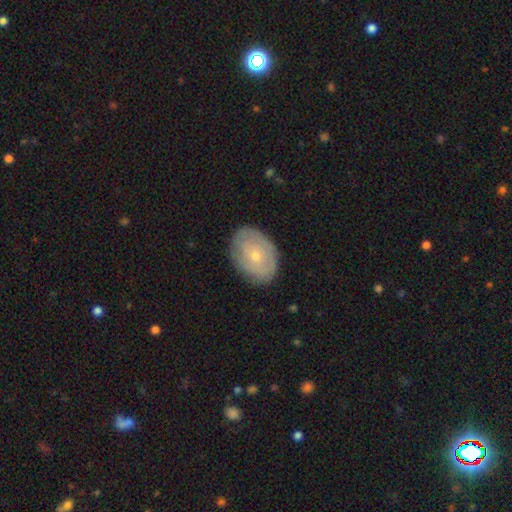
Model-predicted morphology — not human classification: Overall: smooth (51%; featured or disk 42%). How rounded: in between (76%). Merging: none (81%).